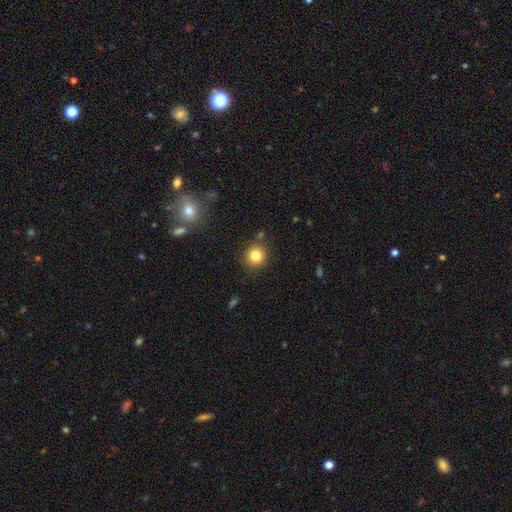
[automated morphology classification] This appears to be a smooth galaxy with no disk features (82%) that is round (91%). Merging: none (86%).